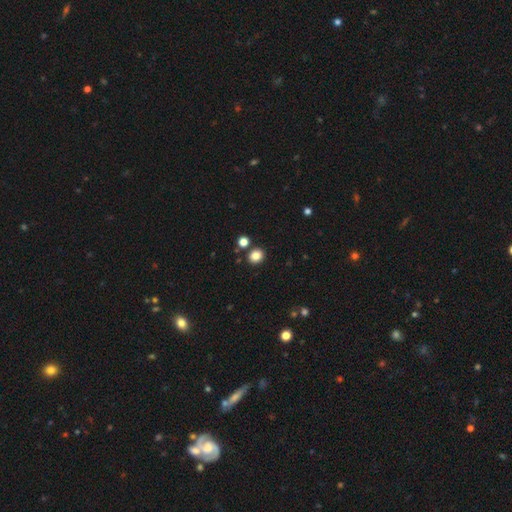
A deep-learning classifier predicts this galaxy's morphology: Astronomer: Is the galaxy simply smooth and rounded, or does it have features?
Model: smooth — 84%.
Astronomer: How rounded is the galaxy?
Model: round — 67%.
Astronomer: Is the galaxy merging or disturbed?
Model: none — 84%.